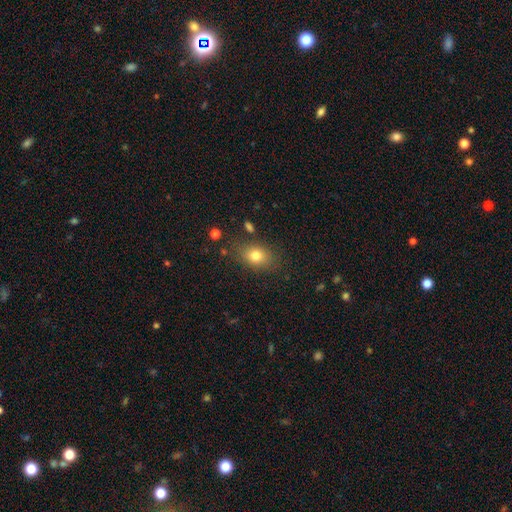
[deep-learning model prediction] This is likely a smooth galaxy (78%). How rounded: likely in between (69%). Merging: likely none (78%).